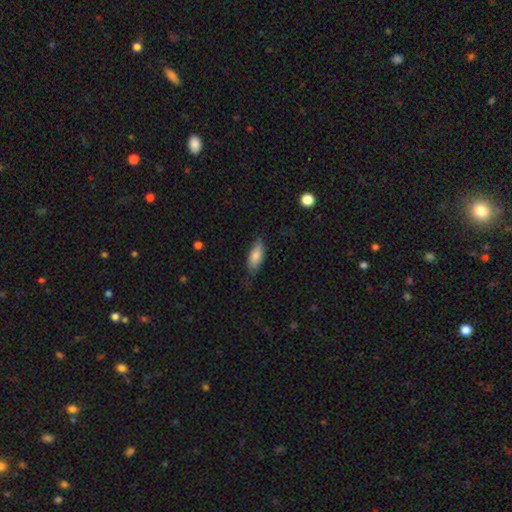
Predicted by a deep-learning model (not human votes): smooth_or_featured: smooth (p=0.81) [alt: featured or disk p=0.13]
how_rounded: in between (p=0.79) [alt: cigar-shaped p=0.19]
merging: none (p=0.70) [alt: minor disturbance p=0.22]